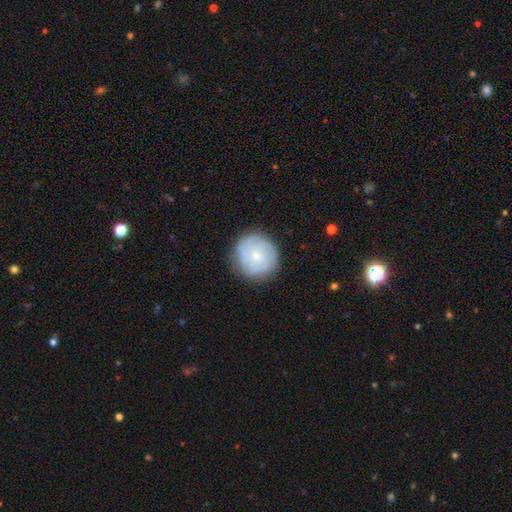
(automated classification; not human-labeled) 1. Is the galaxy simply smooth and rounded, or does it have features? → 49% featured or disk, 44% smooth, 7% star or artifact.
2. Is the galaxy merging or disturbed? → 81% none, 14% minor disturbance, 4% major disturbance, 1% merger.